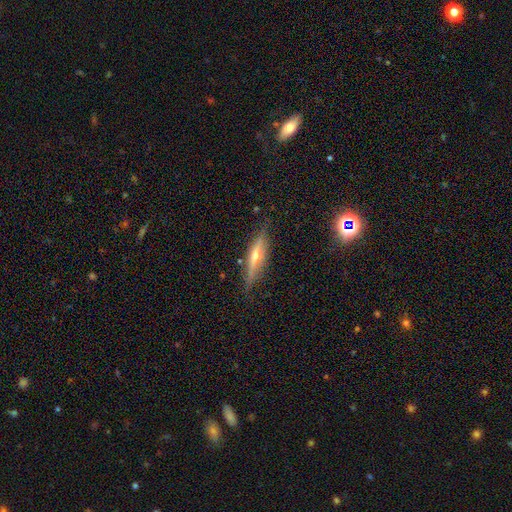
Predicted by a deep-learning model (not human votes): The model was most divided on "smooth or featured": featured or disk: 68%, smooth: 24%, star or artifact: 9%. More confident: edge-on disk — yes (94%); merging — none (84%); edge-on bulge — rounded (82%).